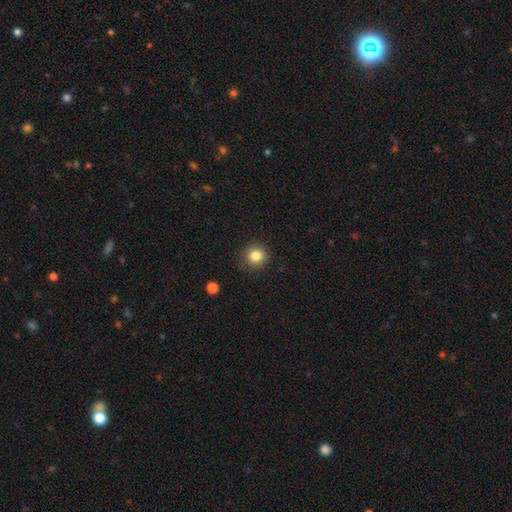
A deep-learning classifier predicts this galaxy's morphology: This appears to be a smooth galaxy with no disk features (84%) that is round (92%). Merging: none (88%).